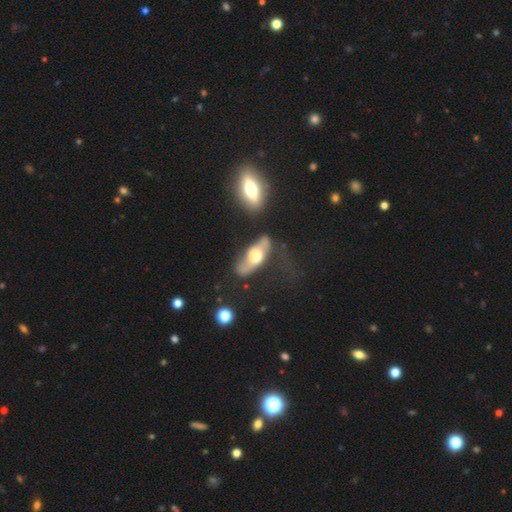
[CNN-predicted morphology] Smooth or featured? featured or disk (61%)
Edge-on disk? no (68%)
Merging? none (52%)